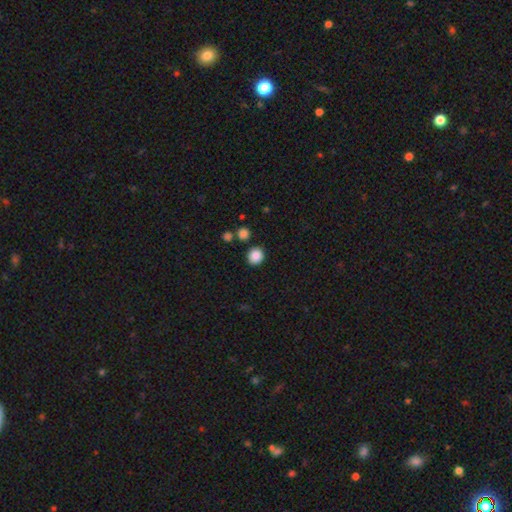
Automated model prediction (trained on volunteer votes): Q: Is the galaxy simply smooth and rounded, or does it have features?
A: smooth — 86%.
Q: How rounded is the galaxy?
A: round — 85%.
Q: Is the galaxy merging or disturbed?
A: none — 84%.